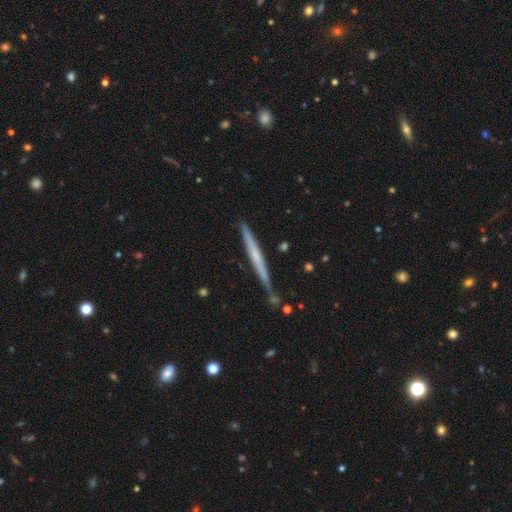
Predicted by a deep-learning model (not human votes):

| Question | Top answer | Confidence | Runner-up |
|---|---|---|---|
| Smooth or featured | featured or disk | 57% | smooth (37%) |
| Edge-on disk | yes | 97% | no (3%) |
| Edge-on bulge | none | 72% | rounded (21%) |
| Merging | none | 80% | minor disturbance (14%) |